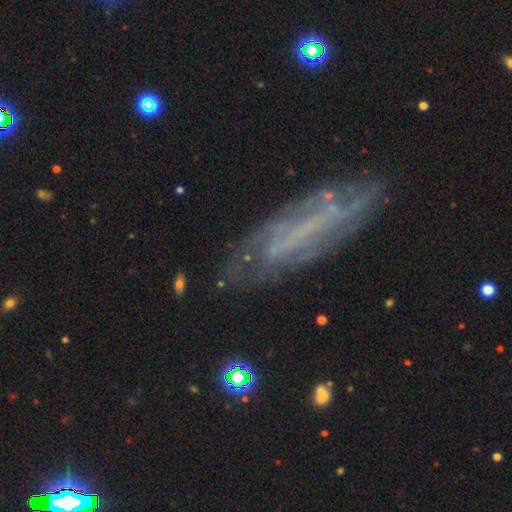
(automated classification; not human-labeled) featured or disk 67%, smooth 22%, star or artifact 11%. Down the decision tree: edge-on disk — no (70%); merging — none (68%).